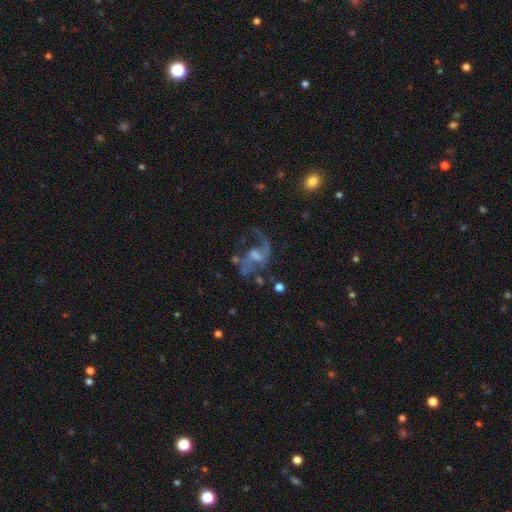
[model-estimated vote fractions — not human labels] A featured or disk galaxy (78%) with a weak bar (46%), 2 (66%) loose (66%) spiral arms (84%) and a moderate central bulge (32%, tied with small). Merging: none (42%).